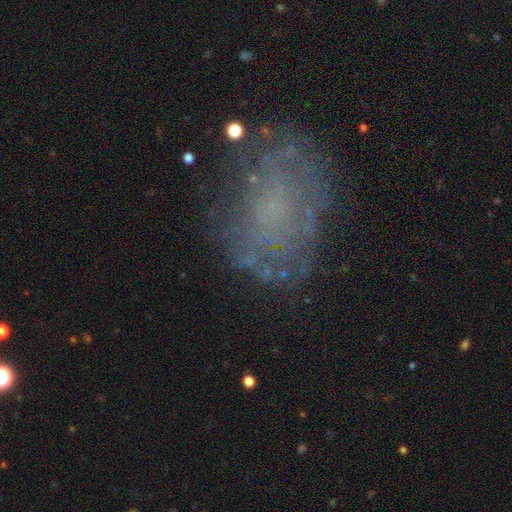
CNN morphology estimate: smooth-or-featured: featured or disk: 54% | smooth: 29% | star or artifact: 17%
  disk-edge-on: no: 97% | yes: 3%
    bar: no: 86% | weak: 11% | strong: 3%
    has-spiral-arms: no: 58% | yes: 42%
    bulge-size: none: 67% | small: 18% | moderate: 10% | large: 4% | dominant: 1%
  merging: none: 68% | minor disturbance: 17% | major disturbance: 13% | merger: 2%